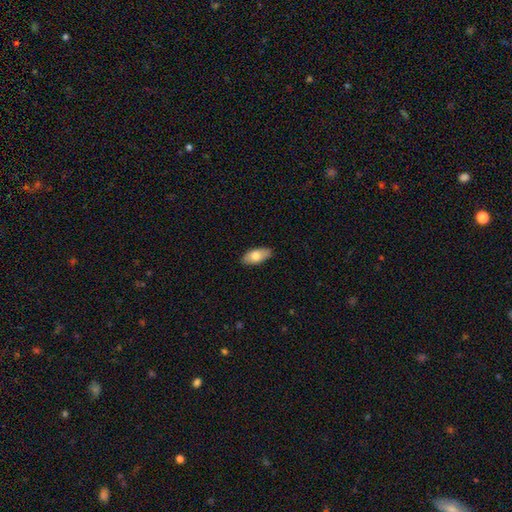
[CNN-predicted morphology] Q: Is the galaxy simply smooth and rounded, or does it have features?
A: smooth — 77%.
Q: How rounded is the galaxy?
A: in between — 91%.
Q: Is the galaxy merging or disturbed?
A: none — 87%.